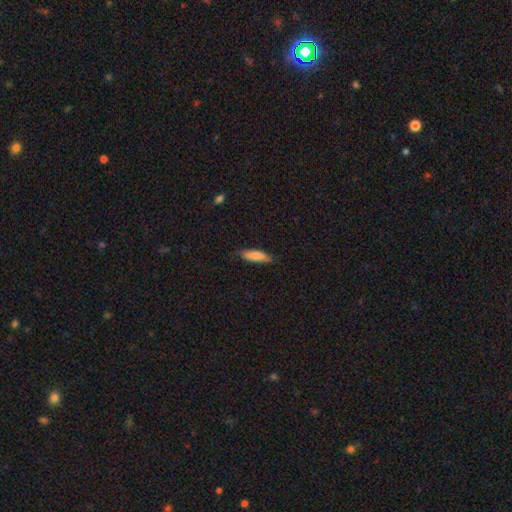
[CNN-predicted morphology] smooth-or-featured: smooth: 84% | featured or disk: 10% | star or artifact: 6%
  how-rounded: cigar-shaped: 58% | in between: 40% | round: 2%
  merging: none: 77% | minor disturbance: 19% | major disturbance: 3% | merger: 1%